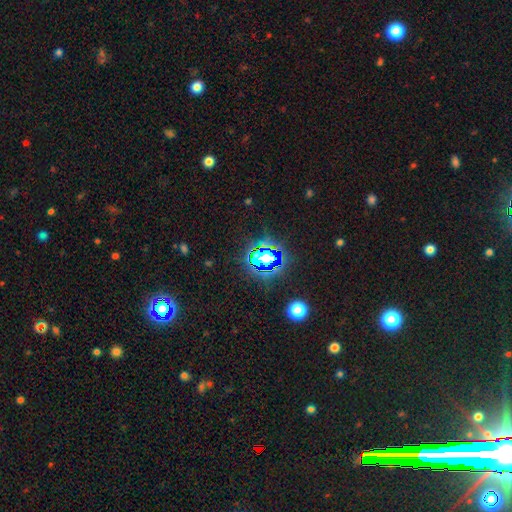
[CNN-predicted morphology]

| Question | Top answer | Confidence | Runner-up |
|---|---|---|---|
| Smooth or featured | star or artifact | 63% | smooth (24%) |